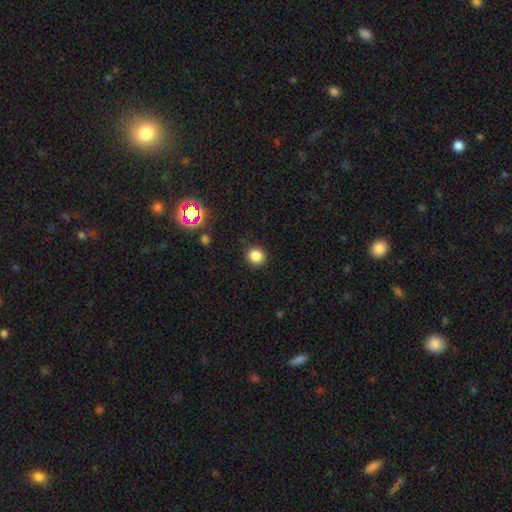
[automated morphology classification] Q: Smooth or featured?
A: smooth (84%); runner-up: star or artifact (13%)
Q: How rounded?
A: round (88%); runner-up: in between (11%)
Q: Merging?
A: none (90%); runner-up: minor disturbance (7%)